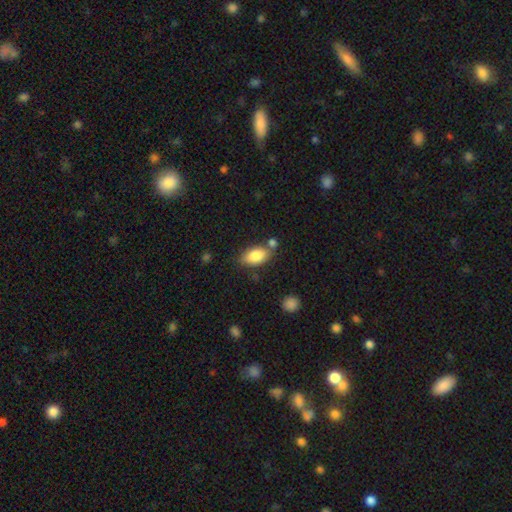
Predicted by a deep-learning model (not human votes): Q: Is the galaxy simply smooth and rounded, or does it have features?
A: smooth — 83%.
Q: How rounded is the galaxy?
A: in between — 91%.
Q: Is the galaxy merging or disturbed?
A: none — 68%.